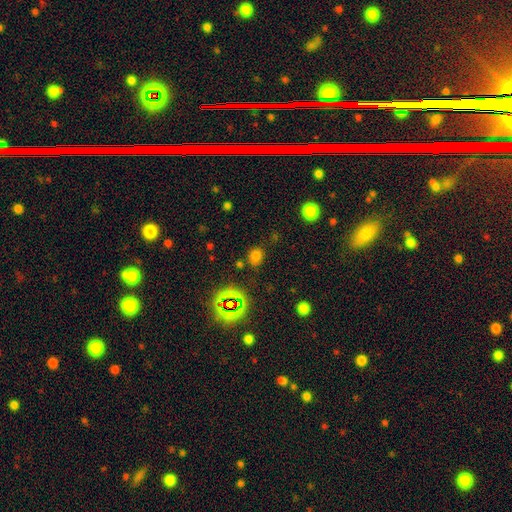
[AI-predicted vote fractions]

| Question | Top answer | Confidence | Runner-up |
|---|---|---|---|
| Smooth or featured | smooth | 65% | star or artifact (28%) |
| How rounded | round | 59% | in between (40%) |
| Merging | none | 78% | minor disturbance (13%) |